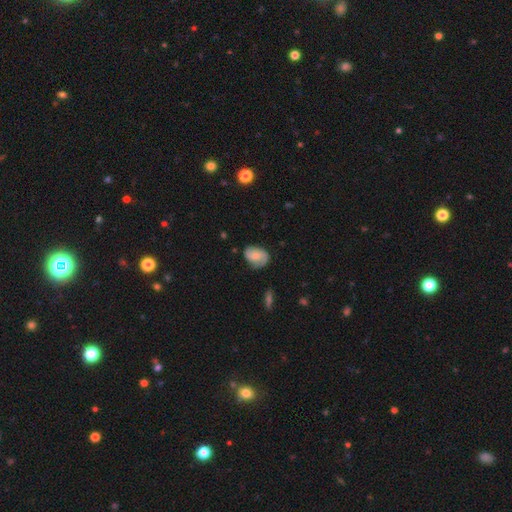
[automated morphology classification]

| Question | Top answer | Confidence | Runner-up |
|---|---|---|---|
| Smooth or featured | featured or disk | 50% | smooth (43%) |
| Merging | none | 66% | minor disturbance (24%) |